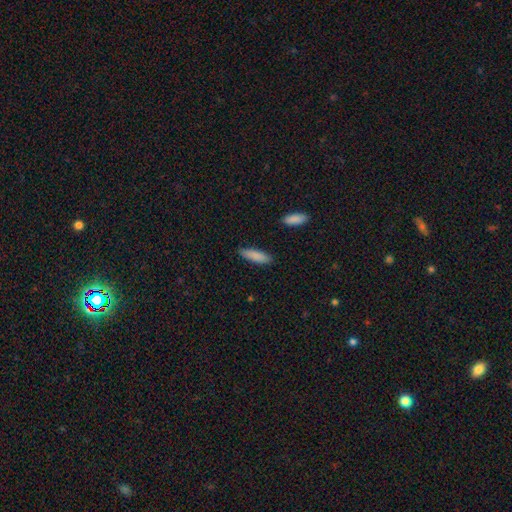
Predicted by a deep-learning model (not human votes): Smooth or featured: smooth — 86% (featured or disk — 7%)
How rounded: cigar-shaped — 59% (in between — 40%)
Merging: none — 85% (minor disturbance — 11%)